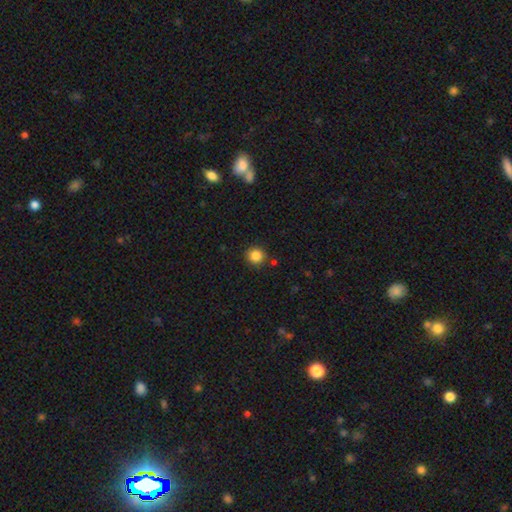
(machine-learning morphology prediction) Q: Smooth or featured?
A: smooth (85%); runner-up: star or artifact (11%)
Q: How rounded?
A: round (93%); runner-up: in between (6%)
Q: Merging?
A: none (87%); runner-up: minor disturbance (7%)